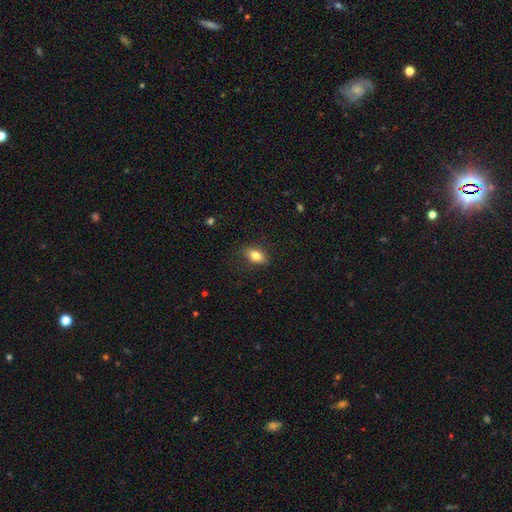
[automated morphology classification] Smooth or featured? Predicted: smooth (p=0.77). How rounded? Predicted: in between (p=0.83). Merging? Predicted: none (p=0.85).